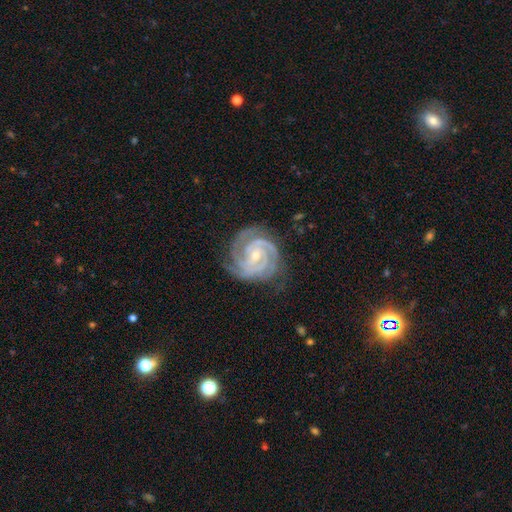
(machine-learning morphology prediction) Q: Smooth or featured?
A: featured or disk (93%); runner-up: star or artifact (4%)
Q: Edge-on disk?
A: no (98%); runner-up: yes (2%)
Q: Bar?
A: no (51%); runner-up: weak (34%)
Q: Spiral arms?
A: yes (99%); runner-up: no (1%)
Q: Spiral winding?
A: tight (80%); runner-up: medium (18%)
Q: Spiral arm count?
A: 3 (44%); runner-up: 2 (25%)
Q: Bulge size?
A: small (66%); runner-up: moderate (31%)
Q: Merging?
A: none (78%); runner-up: minor disturbance (17%)